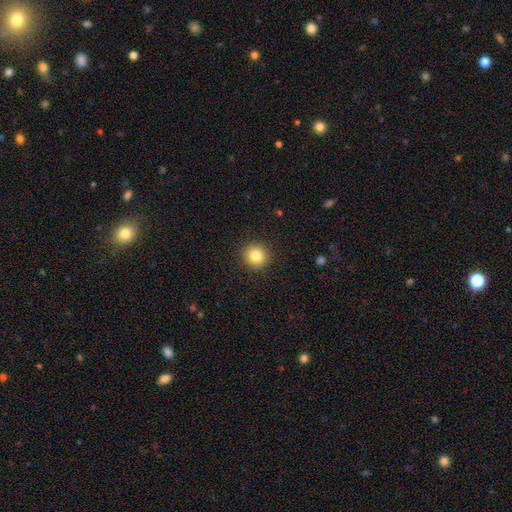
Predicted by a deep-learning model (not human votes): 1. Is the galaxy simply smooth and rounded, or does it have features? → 83% smooth, 10% star or artifact, 7% featured or disk.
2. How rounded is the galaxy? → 92% round, 7% in between, 1% cigar-shaped.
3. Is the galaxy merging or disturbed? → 92% none, 5% minor disturbance, 2% major disturbance, 1% merger.